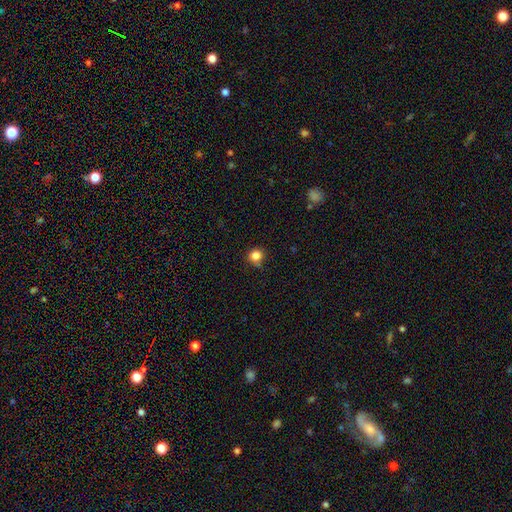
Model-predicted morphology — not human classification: This appears to be a smooth galaxy with no disk features (82%) that is round (88%). Merging: none (74%).